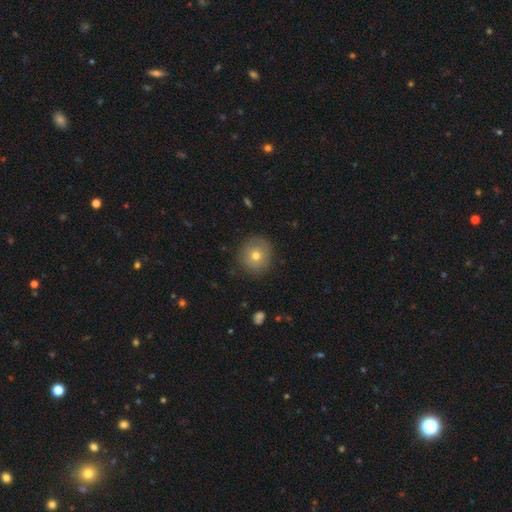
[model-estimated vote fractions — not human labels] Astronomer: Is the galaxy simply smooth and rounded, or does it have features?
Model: smooth — 72%.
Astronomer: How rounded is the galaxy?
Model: round — 91%.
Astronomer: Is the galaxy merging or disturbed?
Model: none — 84%.